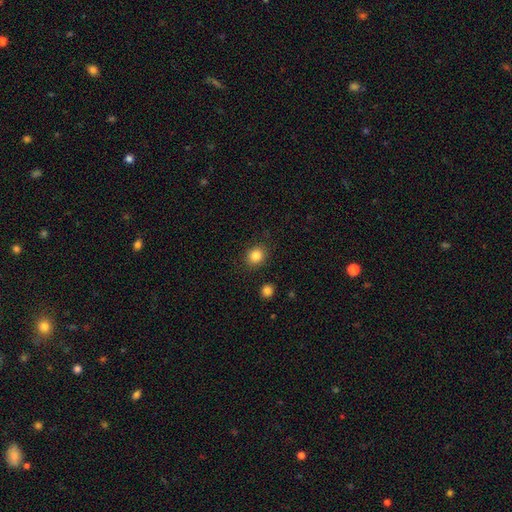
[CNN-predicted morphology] This is clearly a smooth galaxy (85%). How rounded: likely round (71%). Merging: clearly none (87%).